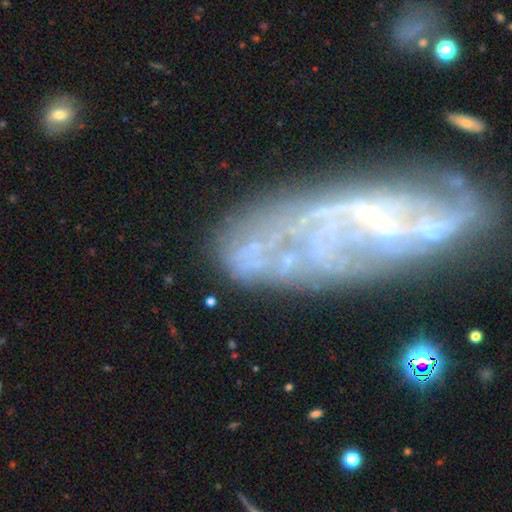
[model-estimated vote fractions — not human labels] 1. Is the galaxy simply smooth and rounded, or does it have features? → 67% featured or disk, 17% star or artifact, 16% smooth.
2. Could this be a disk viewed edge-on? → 91% no, 9% yes.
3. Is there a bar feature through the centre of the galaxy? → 64% no, 22% weak, 14% strong.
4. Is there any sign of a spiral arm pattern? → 52% no, 48% yes.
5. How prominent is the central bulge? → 40% small (tied), 40% none (tied), 15% moderate, 3% large, 2% dominant.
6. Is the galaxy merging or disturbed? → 41% none, 28% major disturbance, 19% minor disturbance, 12% merger.